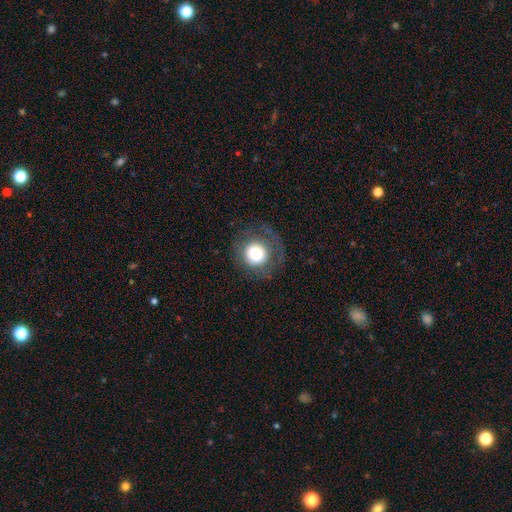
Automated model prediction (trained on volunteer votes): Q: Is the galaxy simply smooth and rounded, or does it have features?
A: smooth — 71%.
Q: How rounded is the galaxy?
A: round — 94%.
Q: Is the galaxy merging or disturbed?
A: none — 74%.